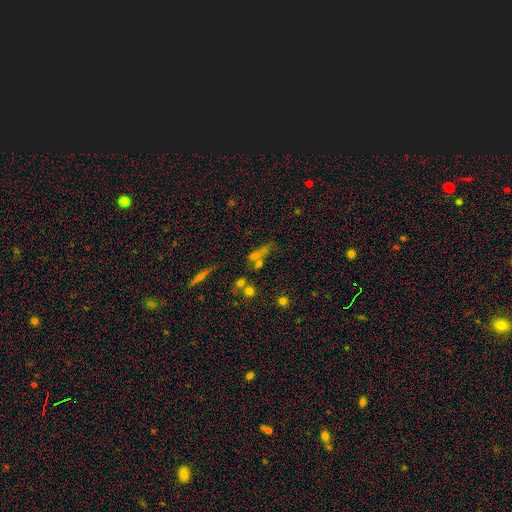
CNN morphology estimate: Smooth or featured?
  - smooth: 41% *
  - featured or disk: 30%
  - star or artifact: 29%
Merging?
  - none: 43% *
  - merger: 29%
  - minor disturbance: 14%
  - major disturbance: 14%